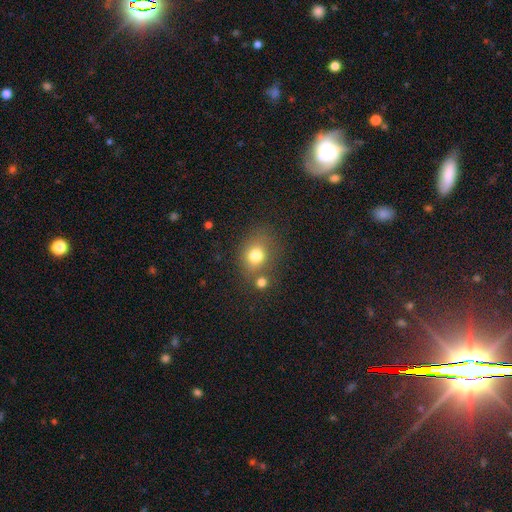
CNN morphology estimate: Smooth or featured?
  - smooth: 77% *
  - star or artifact: 12%
  - featured or disk: 11%
How rounded?
  - round: 53% *
  - in between: 46%
  - cigar-shaped: 1%
Merging?
  - none: 57% *
  - merger: 19%
  - minor disturbance: 17%
  - major disturbance: 7%